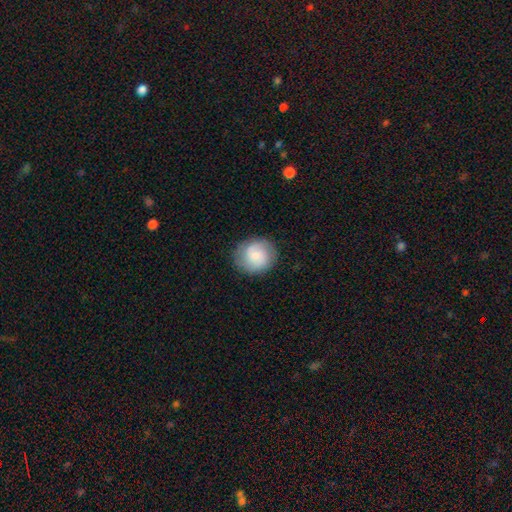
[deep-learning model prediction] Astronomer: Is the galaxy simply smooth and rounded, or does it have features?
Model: smooth — 57% (runner-up: featured or disk, 35%).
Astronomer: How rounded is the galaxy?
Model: round — 88%.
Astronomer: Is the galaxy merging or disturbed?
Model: none — 84%.